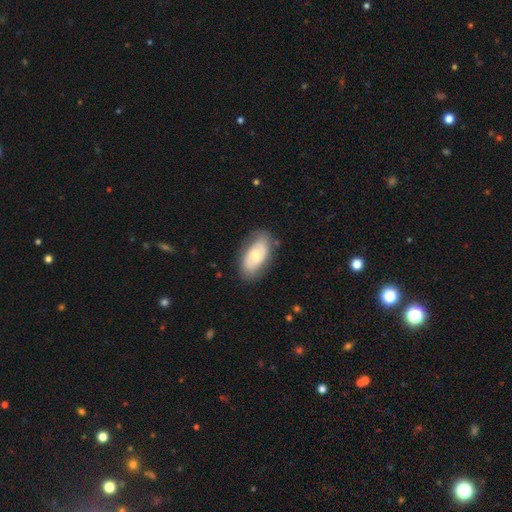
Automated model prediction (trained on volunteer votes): smooth 47%, featured or disk 46%, star or artifact 6%. Down the decision tree: merging — none (75%).